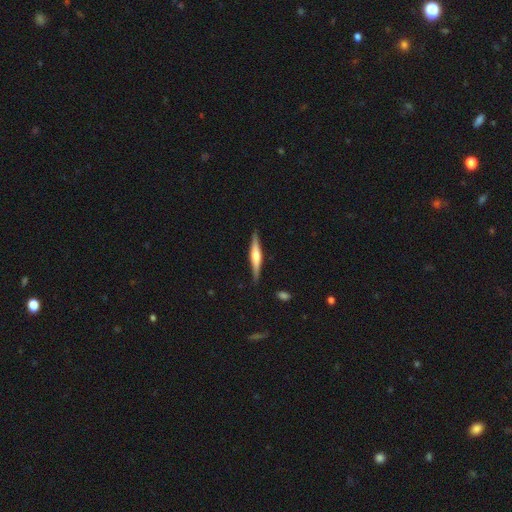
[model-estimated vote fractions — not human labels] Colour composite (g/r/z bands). It shows a featured or disk galaxy (63%) viewed edge-on (97%) with a rounded central bulge (78%). Merging: none (88%).